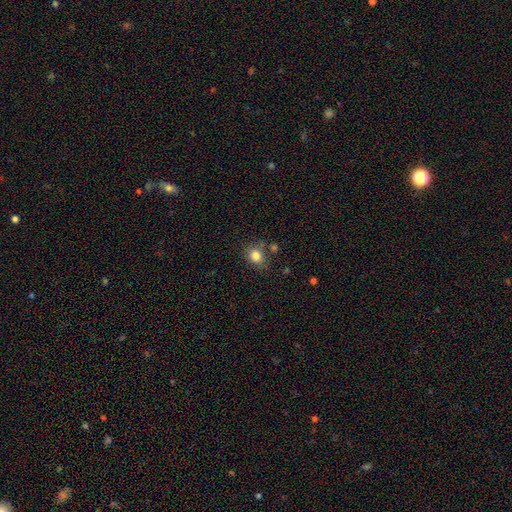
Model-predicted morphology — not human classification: Smooth or featured? smooth (82%)
How rounded? round (63%)
Merging? none (75%)